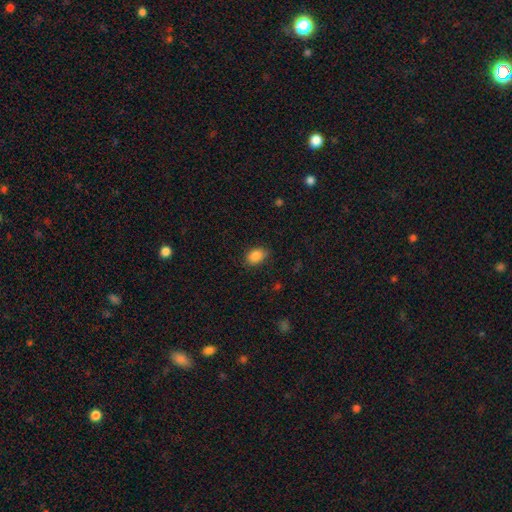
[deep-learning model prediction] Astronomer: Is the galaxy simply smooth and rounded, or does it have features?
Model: smooth — 87%.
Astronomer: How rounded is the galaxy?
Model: in between — 84%.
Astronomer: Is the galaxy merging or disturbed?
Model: none — 81%.